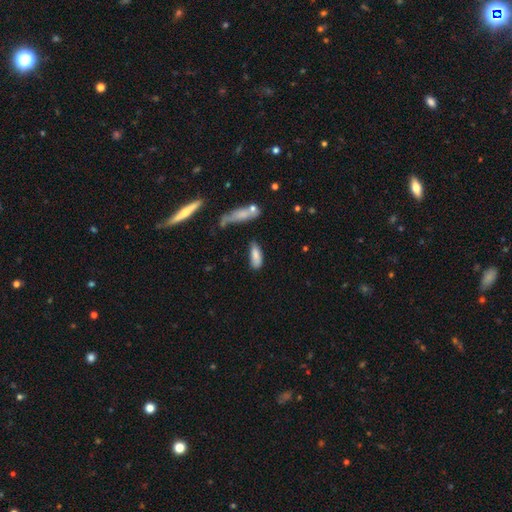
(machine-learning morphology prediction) type=smooth (83%); roundness=in between (67%); merging=none (65%).